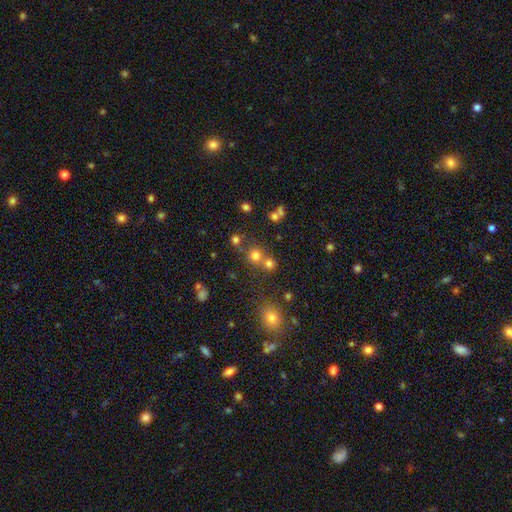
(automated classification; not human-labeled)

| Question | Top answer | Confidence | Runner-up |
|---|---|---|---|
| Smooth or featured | smooth | 71% | star or artifact (20%) |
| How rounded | round | 90% | in between (9%) |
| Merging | none | 61% | merger (29%) |